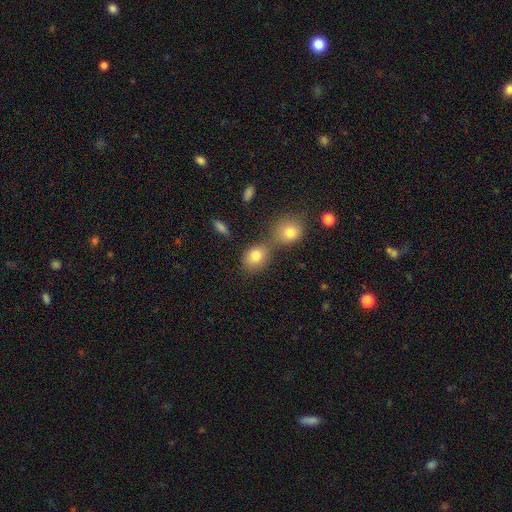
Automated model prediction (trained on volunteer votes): A smooth galaxy with no disk features (80%) that is round (55%).

Vote fractions:
- Smooth or featured? smooth: 80% / star or artifact: 11% / featured or disk: 9%
- How rounded? round: 55% / in between: 43% / cigar-shaped: 1%
- Merging? none: 48% / merger: 38% / minor disturbance: 10% / major disturbance: 4%